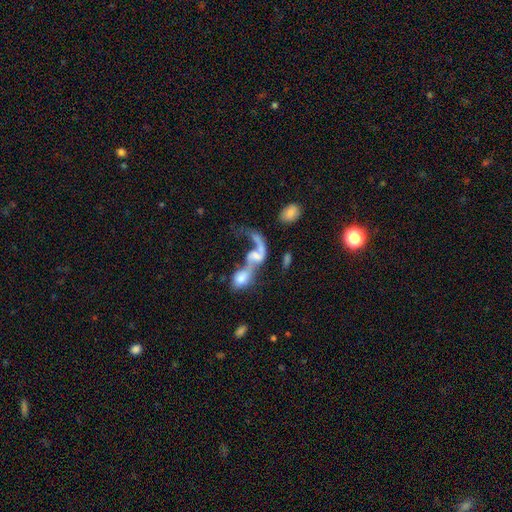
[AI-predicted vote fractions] A featured or disk galaxy (51%).

Vote fractions:
- Smooth or featured? featured or disk: 51% / smooth: 34% / star or artifact: 15%
- Edge-on disk? no: 91% / yes: 9%
- Merging? merger: 68% / major disturbance: 15% / none: 12% / minor disturbance: 5%